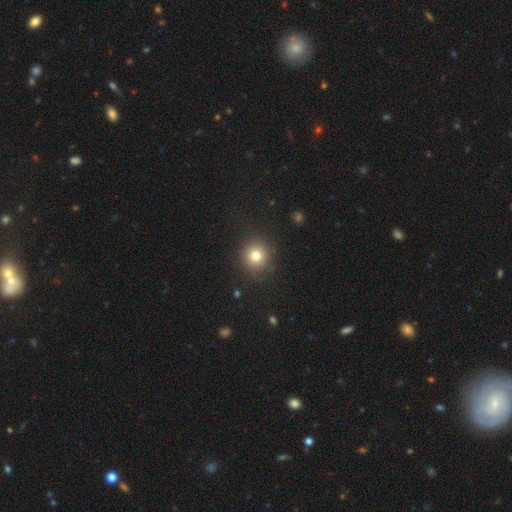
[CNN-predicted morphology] Q: Smooth or featured?
A: smooth (78%); runner-up: star or artifact (14%)
Q: How rounded?
A: round (93%); runner-up: in between (6%)
Q: Merging?
A: none (90%); runner-up: minor disturbance (7%)